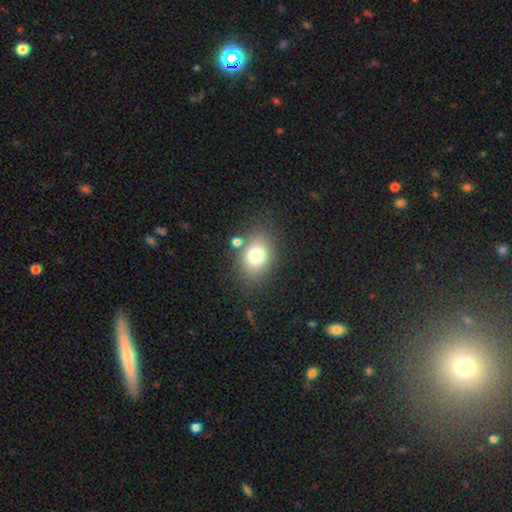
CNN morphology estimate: A smooth galaxy with no disk features (75%) that is in between round and cigar-shaped (61%).

Vote fractions:
- Smooth or featured? smooth: 75% / featured or disk: 12% / star or artifact: 12%
- How rounded? in between: 61% / round: 38% / cigar-shaped: 1%
- Merging? none: 75% / minor disturbance: 12% / merger: 8% / major disturbance: 5%